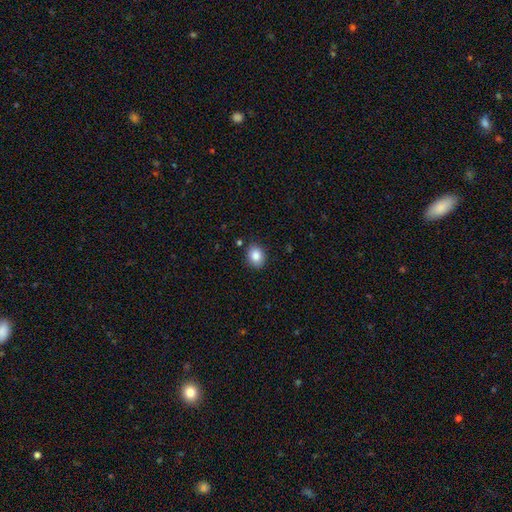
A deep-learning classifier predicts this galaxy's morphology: smooth 85%, star or artifact 9%, featured or disk 6%. Down the decision tree: how rounded — round (54%); merging — none (87%).